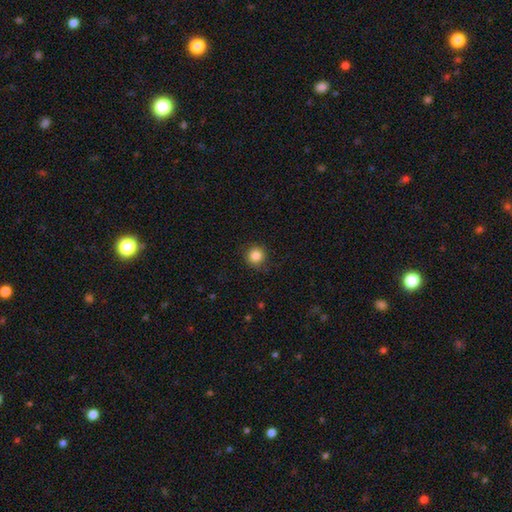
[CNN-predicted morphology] This appears to be a smooth galaxy with no disk features (85%) that is round (93%). Merging: none (85%).